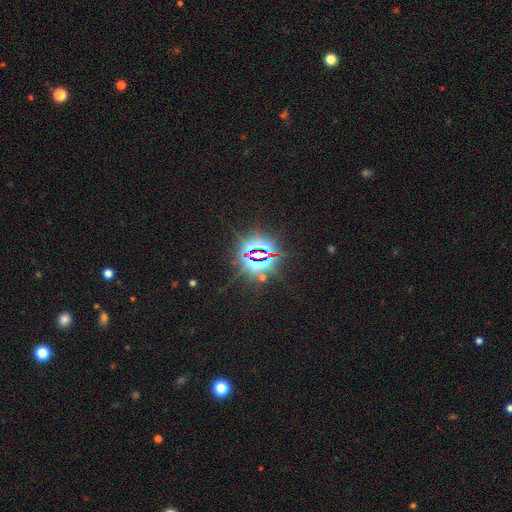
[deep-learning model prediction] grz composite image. It shows a star or artifact, not a galaxy (85%).